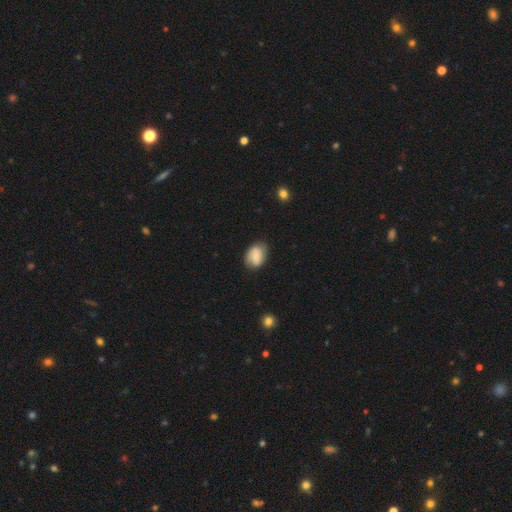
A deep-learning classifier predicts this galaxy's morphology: This appears to be a smooth galaxy with no disk features (63%) that is in between round and cigar-shaped (78%). Merging: none (74%).